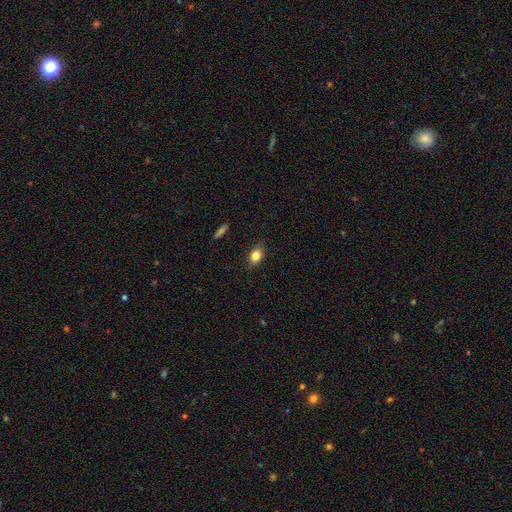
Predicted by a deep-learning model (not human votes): Q: Smooth or featured?
A: smooth (82%); runner-up: star or artifact (9%)
Q: How rounded?
A: in between (77%); runner-up: round (20%)
Q: Merging?
A: none (86%); runner-up: minor disturbance (11%)